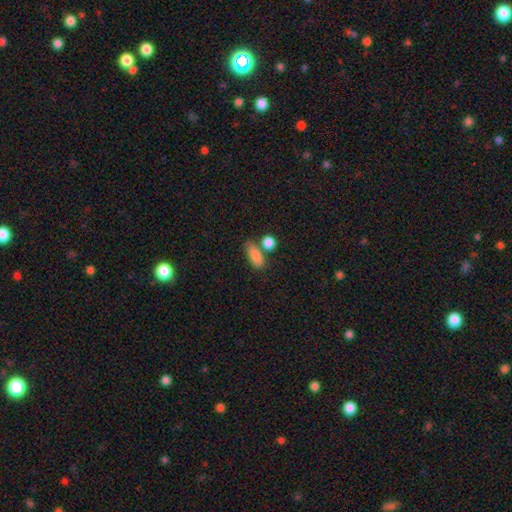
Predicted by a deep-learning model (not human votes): Smooth or featured?
  - smooth: 85% *
  - star or artifact: 8%
  - featured or disk: 7%
How rounded?
  - in between: 73% *
  - cigar-shaped: 18%
  - round: 9%
Merging?
  - none: 54% *
  - merger: 25%
  - minor disturbance: 15%
  - major disturbance: 6%